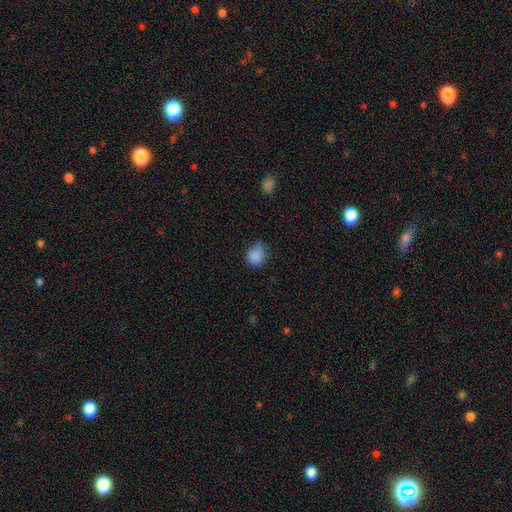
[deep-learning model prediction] Q: Smooth or featured?
A: smooth (86%); runner-up: star or artifact (10%)
Q: How rounded?
A: round (71%); runner-up: in between (28%)
Q: Merging?
A: none (62%); runner-up: minor disturbance (31%)